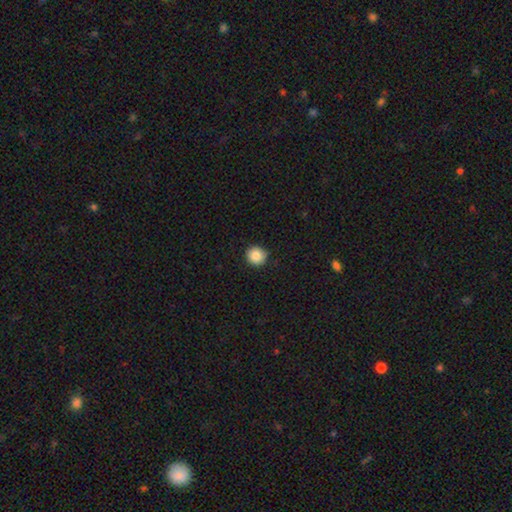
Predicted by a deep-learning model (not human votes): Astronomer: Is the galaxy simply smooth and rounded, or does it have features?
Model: smooth — 85%.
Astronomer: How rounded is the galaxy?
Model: round — 95%.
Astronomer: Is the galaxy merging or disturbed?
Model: none — 89%.